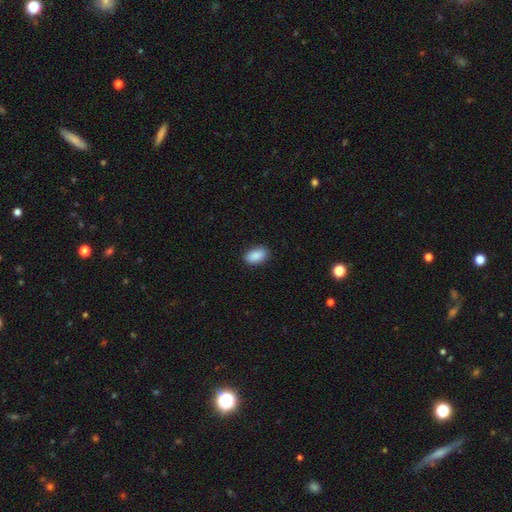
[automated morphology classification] smooth 90%, star or artifact 7%, featured or disk 3%. Down the decision tree: how rounded — in between (93%); merging — none (88%).